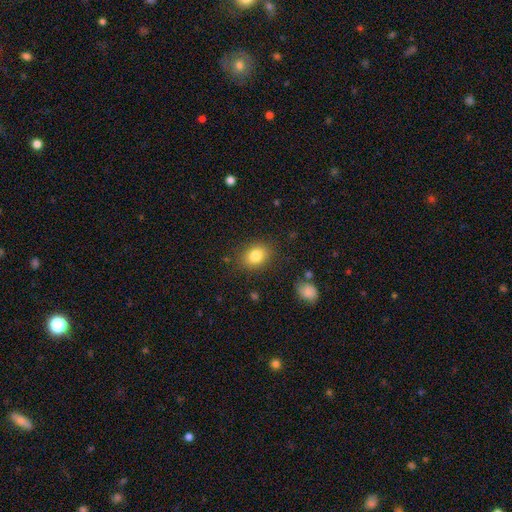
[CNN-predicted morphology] This appears to be a smooth galaxy with no disk features (83%) that is in between round and cigar-shaped (56%). Merging: none (84%).